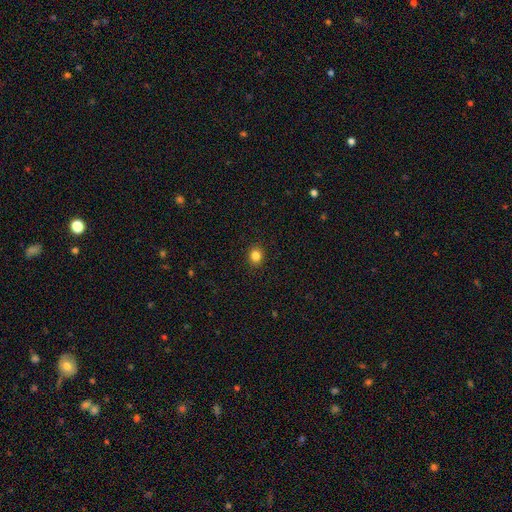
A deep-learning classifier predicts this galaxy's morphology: Smooth or featured?
  - smooth: 84% *
  - star or artifact: 11%
  - featured or disk: 5%
How rounded?
  - round: 73% *
  - in between: 26%
  - cigar-shaped: 1%
Merging?
  - none: 91% *
  - minor disturbance: 6%
  - major disturbance: 2%
  - merger: 1%